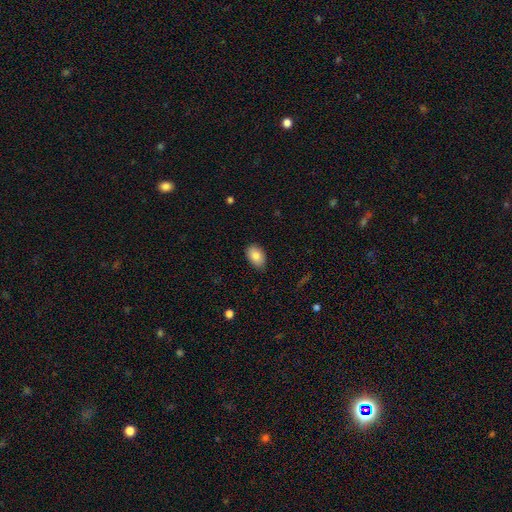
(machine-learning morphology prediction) smooth 84%, featured or disk 9%, star or artifact 7%. Down the decision tree: how rounded — in between (90%); merging — none (84%).